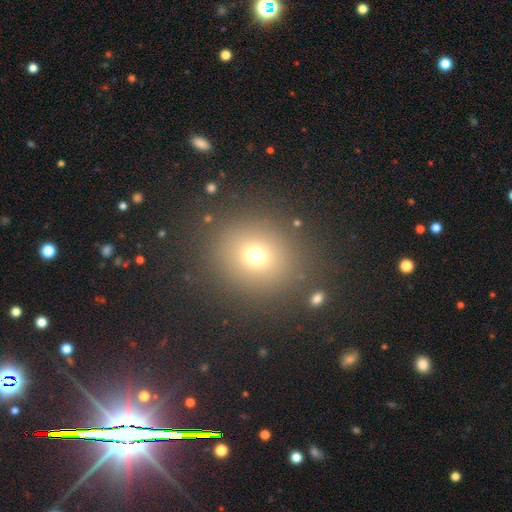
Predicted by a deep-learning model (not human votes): Morphology: type=smooth (68%); roundness=round (80%); merging=none (86%).